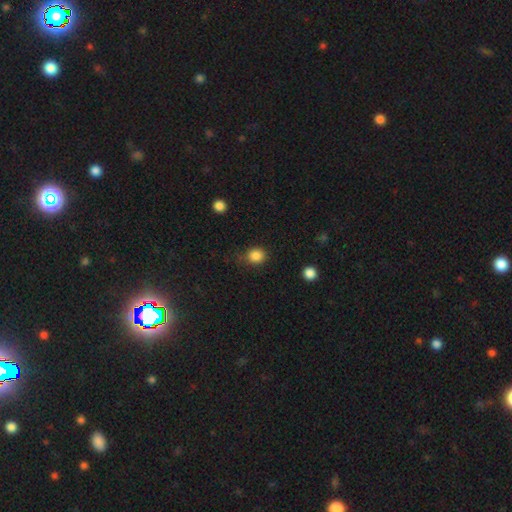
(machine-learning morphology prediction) The model was most divided on "merging": none: 77%, minor disturbance: 17%, major disturbance: 5%, merger: 2%. More confident: smooth or featured — smooth (85%); how rounded — round (84%).